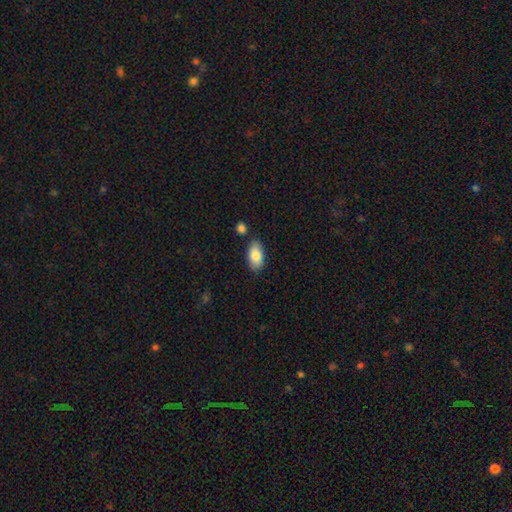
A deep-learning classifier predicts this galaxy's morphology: smooth 85%, featured or disk 8%, star or artifact 6%. Down the decision tree: how rounded — in between (94%); merging — none (80%).